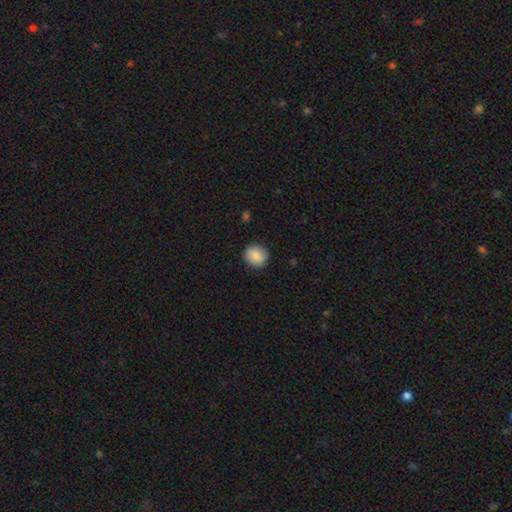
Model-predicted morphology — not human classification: The model was most divided on "how rounded": round: 85%, in between: 14%, cigar-shaped: 1%. More confident: merging — none (91%); smooth or featured — smooth (88%).